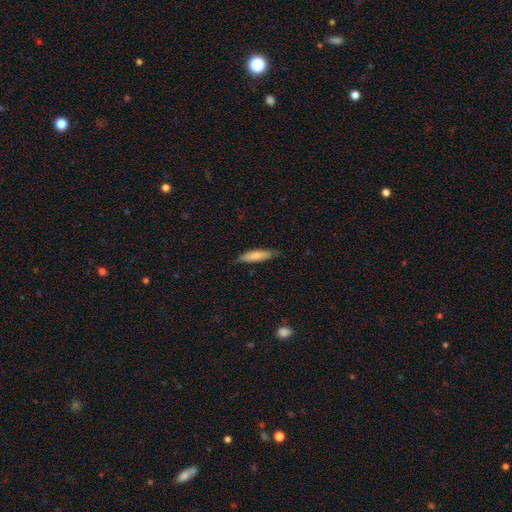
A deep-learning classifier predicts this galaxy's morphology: A smooth galaxy with no disk features (77%) that is cigar-shaped (75%).

Vote fractions:
- Smooth or featured? smooth: 77% / featured or disk: 17% / star or artifact: 6%
- How rounded? cigar-shaped: 75% / in between: 24% / round: 1%
- Merging? none: 82% / minor disturbance: 15% / major disturbance: 2% / merger: 1%